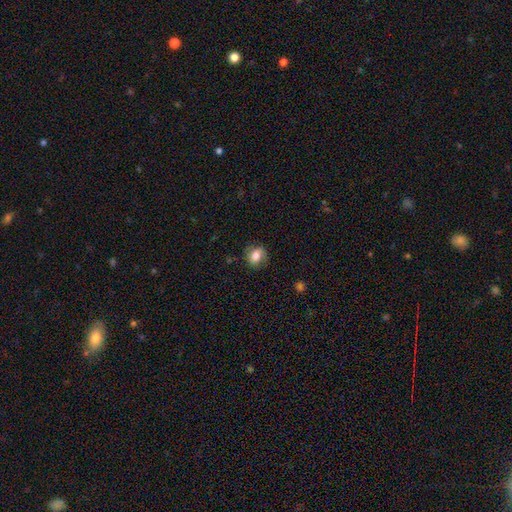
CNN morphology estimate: Smooth or featured: smooth — 72% (featured or disk — 19%)
How rounded: round — 56% (in between — 43%)
Merging: none — 73% (minor disturbance — 19%)